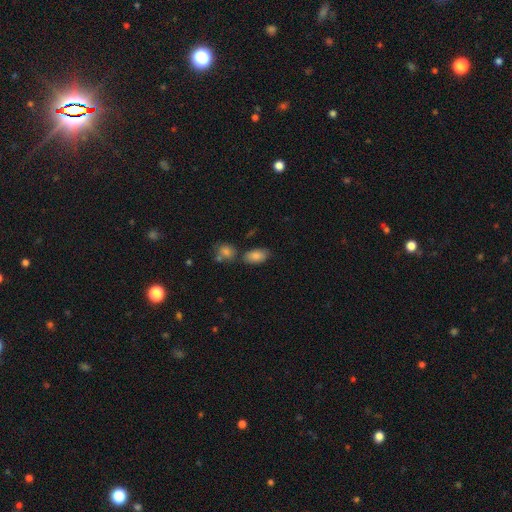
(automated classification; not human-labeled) Overall: smooth (83%). How rounded: in between (92%). Merging: none (69%).